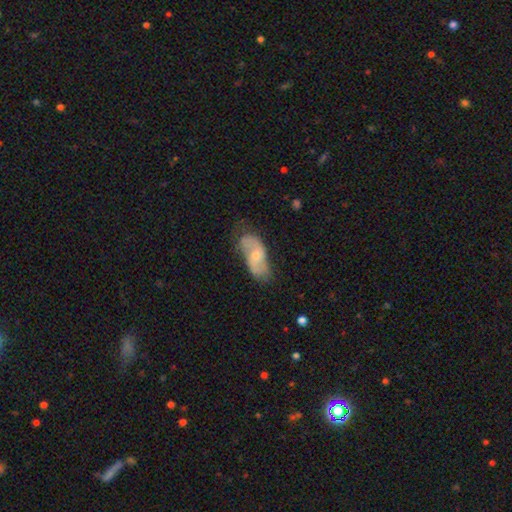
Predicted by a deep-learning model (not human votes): Smooth or featured?
  - featured or disk: 53% *
  - smooth: 41%
  - star or artifact: 7%
Edge-on disk?
  - no: 90% *
  - yes: 10%
Merging?
  - none: 56% *
  - minor disturbance: 30%
  - major disturbance: 11%
  - merger: 2%